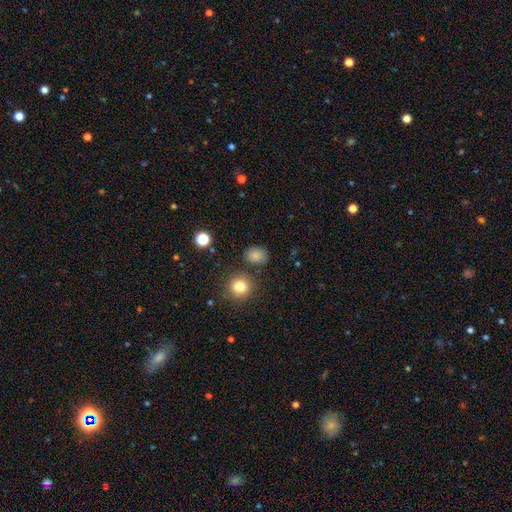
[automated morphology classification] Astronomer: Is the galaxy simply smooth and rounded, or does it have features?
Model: smooth — 81%.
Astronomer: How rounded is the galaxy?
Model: round — 53% (runner-up: in between, 46%).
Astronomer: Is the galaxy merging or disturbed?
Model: none — 79%.